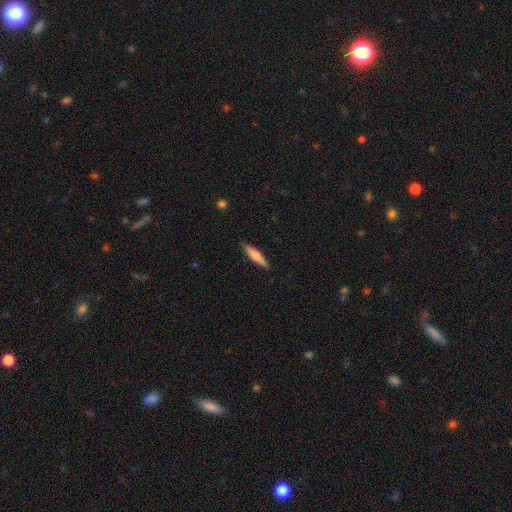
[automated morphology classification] Smooth or featured?
  - smooth: 70% *
  - featured or disk: 24%
  - star or artifact: 6%
How rounded?
  - cigar-shaped: 82% *
  - in between: 17%
  - round: 1%
Merging?
  - none: 87% *
  - minor disturbance: 10%
  - major disturbance: 2%
  - merger: 1%